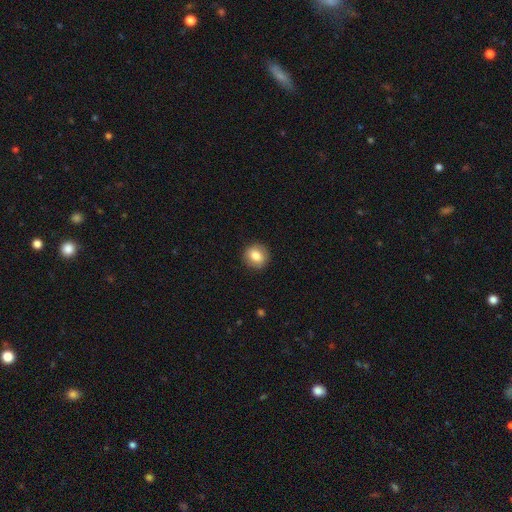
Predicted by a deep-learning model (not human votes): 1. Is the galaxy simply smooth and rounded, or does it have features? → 82% smooth, 10% featured or disk, 8% star or artifact.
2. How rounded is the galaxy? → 80% round, 19% in between, 1% cigar-shaped.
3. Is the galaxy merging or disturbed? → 89% none, 8% minor disturbance, 2% major disturbance, 1% merger.